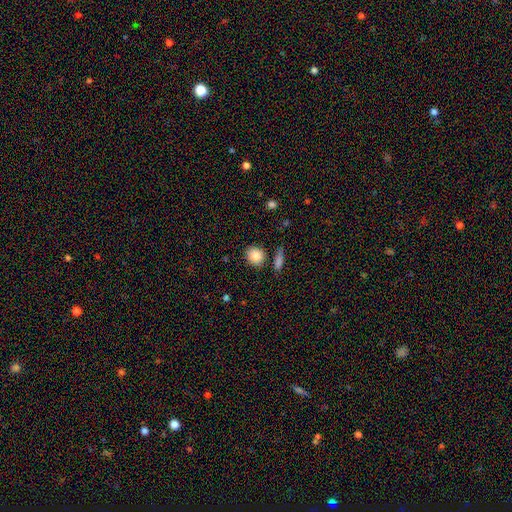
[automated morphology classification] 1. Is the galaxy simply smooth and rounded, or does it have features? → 86% smooth, 8% star or artifact, 6% featured or disk.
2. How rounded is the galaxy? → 74% round, 25% in between, 2% cigar-shaped.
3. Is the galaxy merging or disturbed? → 80% none, 10% minor disturbance, 7% merger, 3% major disturbance.